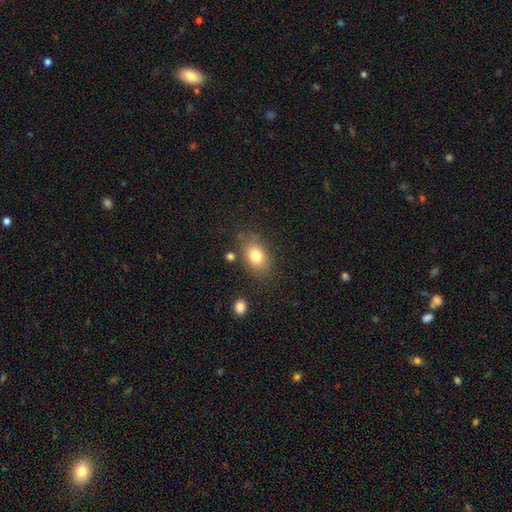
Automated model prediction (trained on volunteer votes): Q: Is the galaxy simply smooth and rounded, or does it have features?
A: smooth — 79%.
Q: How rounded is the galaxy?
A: in between — 80%.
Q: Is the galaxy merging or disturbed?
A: none — 76%.